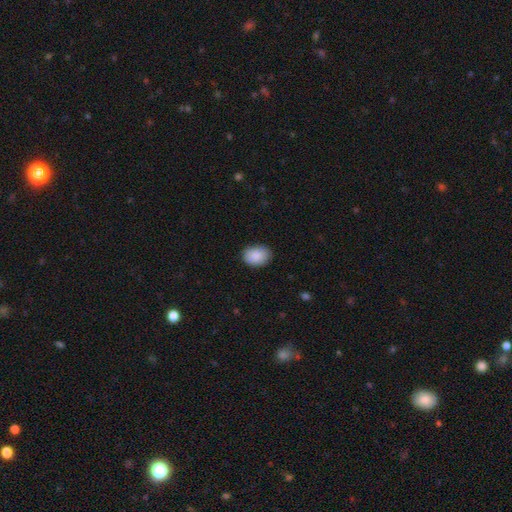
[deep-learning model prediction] A smooth galaxy with no disk features (88%) that is in between round and cigar-shaped (72%).

Vote fractions:
- Smooth or featured? smooth: 88% / star or artifact: 7% / featured or disk: 5%
- How rounded? in between: 72% / round: 27% / cigar-shaped: 1%
- Merging? none: 83% / minor disturbance: 13% / major disturbance: 2% / merger: 1%